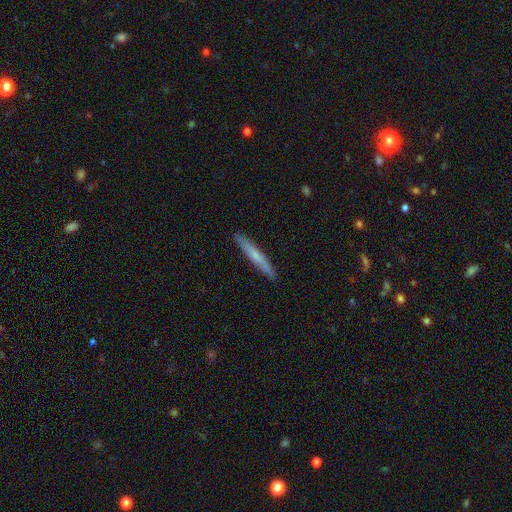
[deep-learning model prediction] Smooth or featured? smooth (58%)
How rounded? cigar-shaped (96%)
Merging? none (91%)